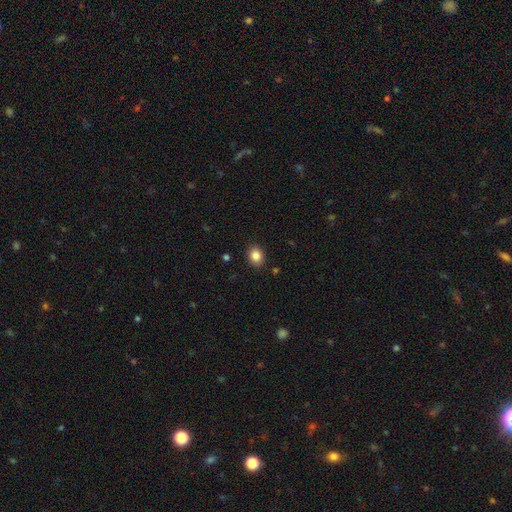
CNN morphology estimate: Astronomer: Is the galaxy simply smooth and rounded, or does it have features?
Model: smooth — 85%.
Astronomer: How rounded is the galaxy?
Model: round — 53% (runner-up: in between, 46%).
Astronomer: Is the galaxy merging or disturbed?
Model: none — 89%.